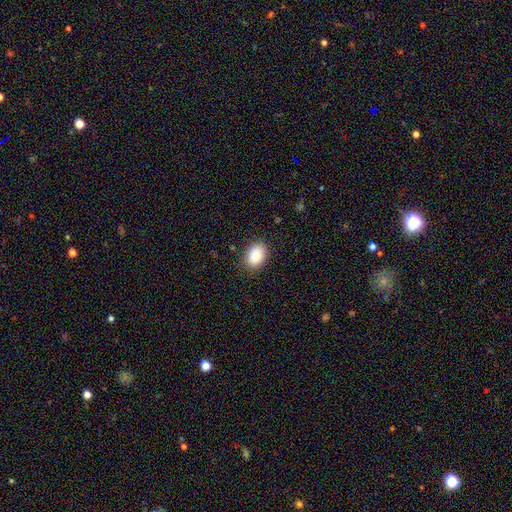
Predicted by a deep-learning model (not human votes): Smooth or featured?
  - smooth: 86% *
  - star or artifact: 8%
  - featured or disk: 6%
How rounded?
  - in between: 76% *
  - round: 23%
  - cigar-shaped: 1%
Merging?
  - none: 85% *
  - minor disturbance: 11%
  - major disturbance: 3%
  - merger: 1%